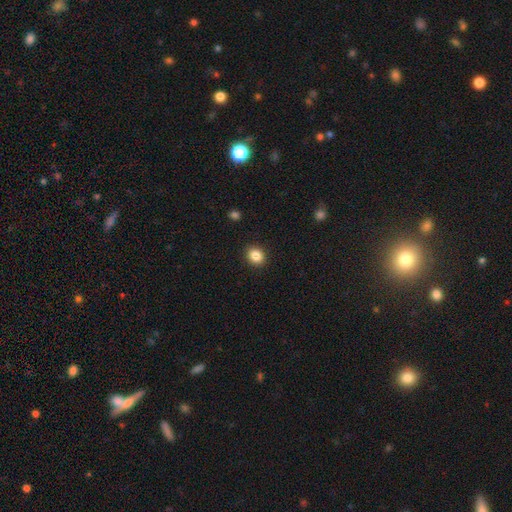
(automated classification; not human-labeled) A smooth galaxy with no disk features (85%) that is round (66%). Merging: none (91%).